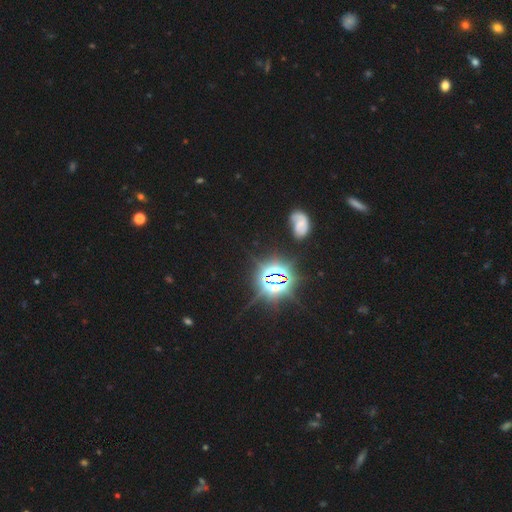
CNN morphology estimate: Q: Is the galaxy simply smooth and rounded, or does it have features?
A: star or artifact — 80%.